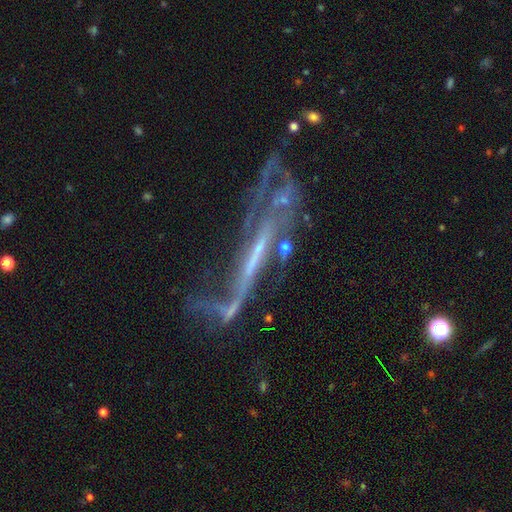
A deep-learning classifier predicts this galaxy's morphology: A featured or disk galaxy (78%). Merging: major disturbance (38%).